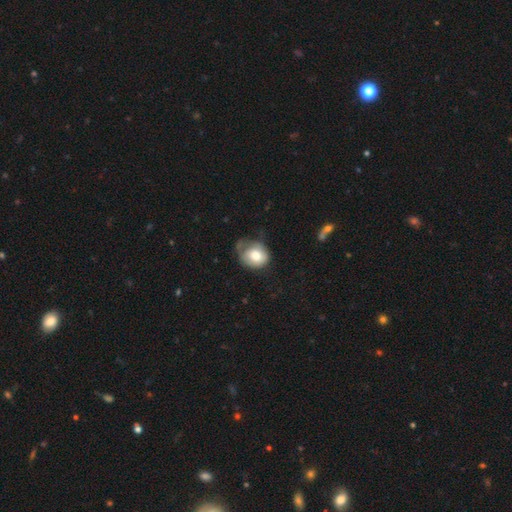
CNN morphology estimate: smooth-or-featured: smooth: 71% | featured or disk: 21% | star or artifact: 8%
  how-rounded: round: 61% | in between: 39% | cigar-shaped: 1%
  merging: minor disturbance: 38% | none: 32% | major disturbance: 26% | merger: 3%